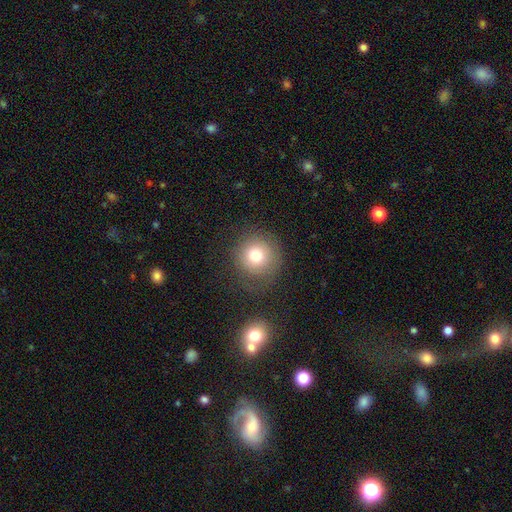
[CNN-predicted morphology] This appears to be a smooth galaxy with no disk features (75%) that is round (92%). Merging: none (74%).